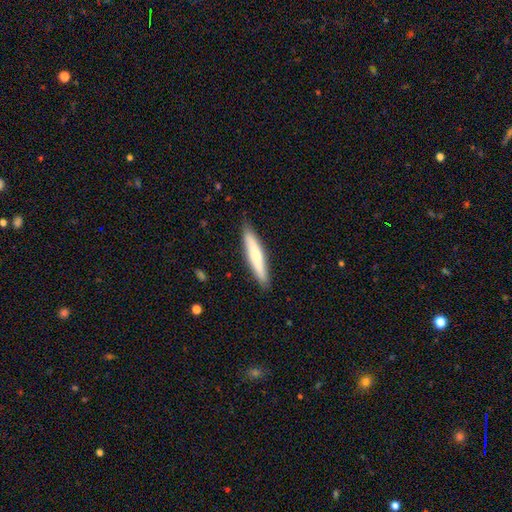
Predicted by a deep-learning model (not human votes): Q: Smooth or featured?
A: smooth (61%); runner-up: featured or disk (34%)
Q: How rounded?
A: cigar-shaped (90%); runner-up: in between (9%)
Q: Merging?
A: none (88%); runner-up: minor disturbance (9%)